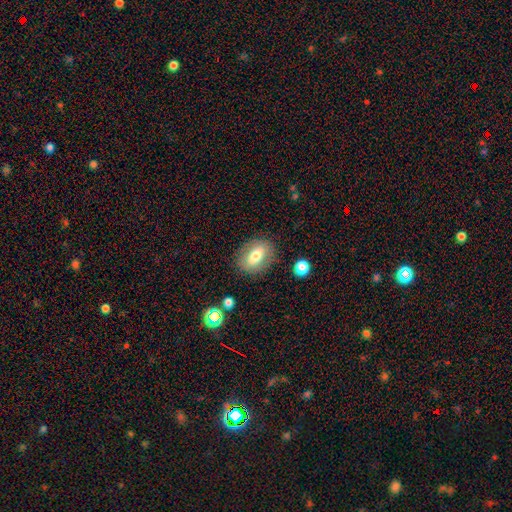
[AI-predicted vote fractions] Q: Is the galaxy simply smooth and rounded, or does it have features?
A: smooth — 65%.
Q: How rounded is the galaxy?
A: in between — 75%.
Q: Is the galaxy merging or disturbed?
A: none — 83%.